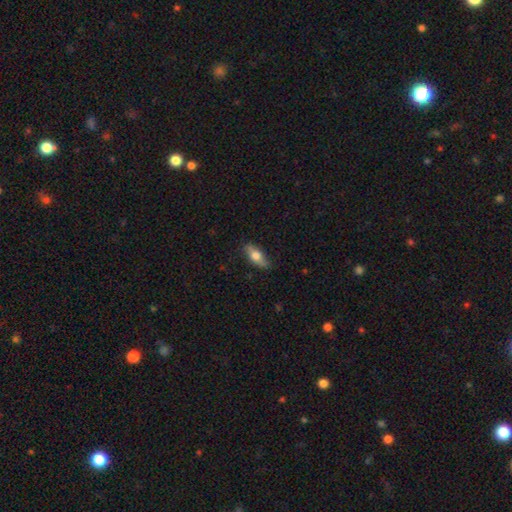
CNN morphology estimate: type=smooth (61%); roundness=in between (71%); merging=none (80%).